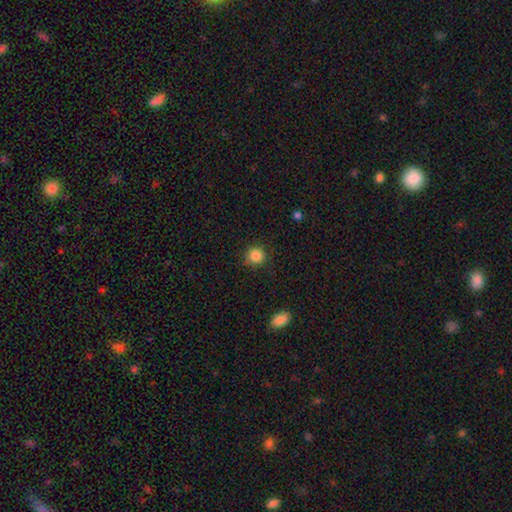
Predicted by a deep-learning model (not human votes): smooth 86%, star or artifact 11%, featured or disk 4%. Down the decision tree: how rounded — round (92%); merging — none (86%).